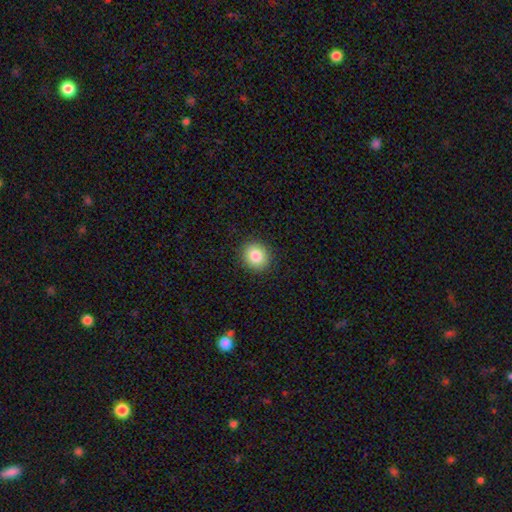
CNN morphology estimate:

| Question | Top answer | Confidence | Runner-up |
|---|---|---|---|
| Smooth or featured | smooth | 85% | star or artifact (9%) |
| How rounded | round | 85% | in between (14%) |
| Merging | none | 91% | minor disturbance (6%) |